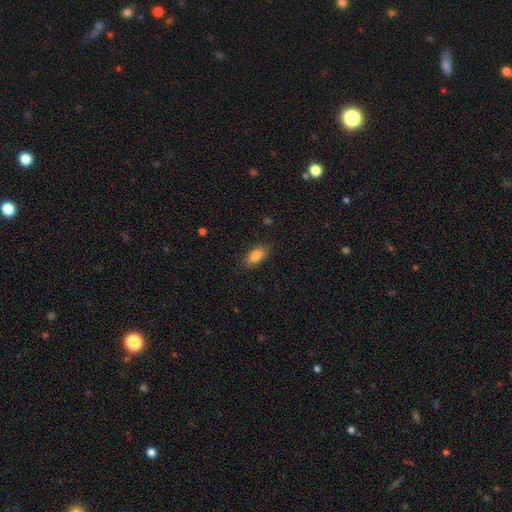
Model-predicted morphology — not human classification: This appears to be a smooth galaxy with no disk features (85%) that is in between round and cigar-shaped (89%). Merging: none (84%).